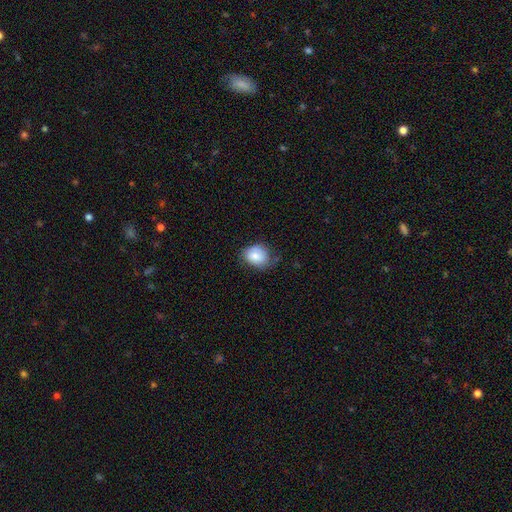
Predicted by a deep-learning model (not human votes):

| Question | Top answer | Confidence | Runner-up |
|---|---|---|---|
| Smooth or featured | smooth | 76% | featured or disk (16%) |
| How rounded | in between | 54% | round (45%) |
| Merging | none | 57% | minor disturbance (32%) |